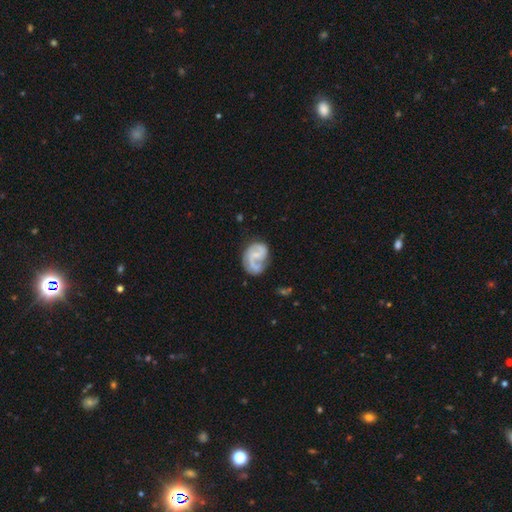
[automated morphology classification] The model was most divided on "bar": no: 50%, weak: 41%, strong: 9%. Remaining: edge-on disk — no (98%); spiral arms — yes (93%); smooth or featured — featured or disk (78%); spiral arm count — 2 (73%); merging — none (56%); bulge size — small (53%); spiral winding — medium (47%).